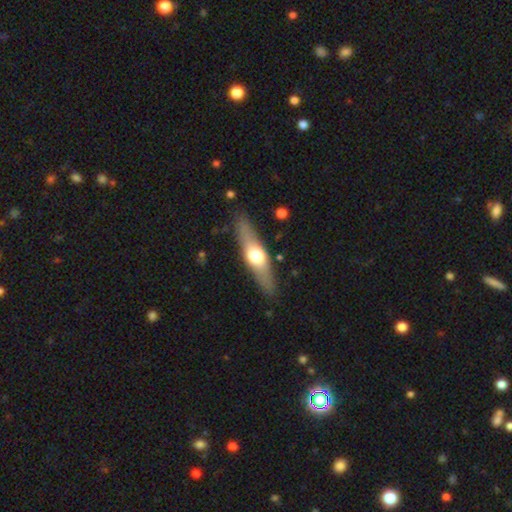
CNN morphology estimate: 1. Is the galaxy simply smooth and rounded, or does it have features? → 50% featured or disk, 45% smooth, 5% star or artifact.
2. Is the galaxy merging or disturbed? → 86% none, 10% minor disturbance, 3% major disturbance, 2% merger.